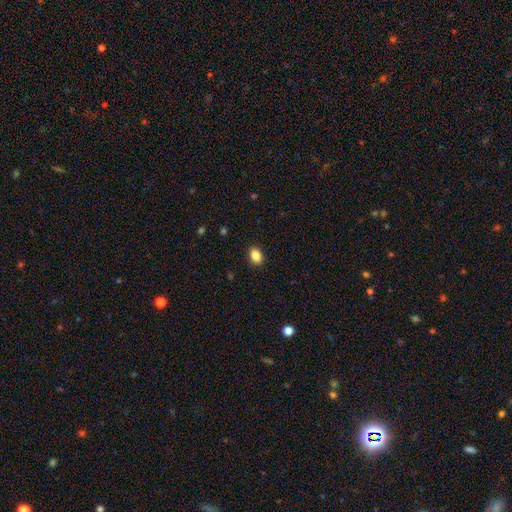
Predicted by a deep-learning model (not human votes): Morphology: type=smooth (86%); roundness=in between (78%); merging=none (89%).